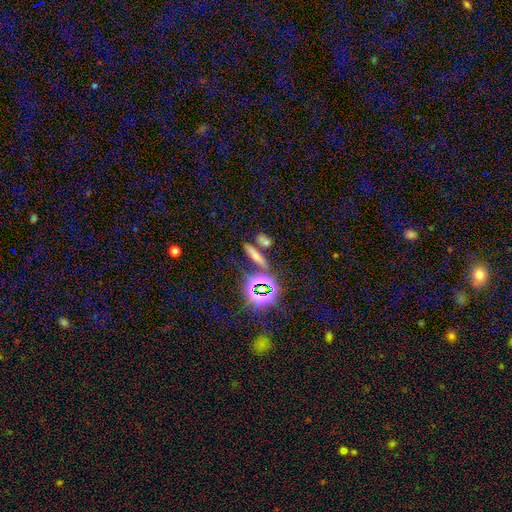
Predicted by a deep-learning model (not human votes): A smooth galaxy with no disk features (55%) that is cigar-shaped (68%).

Vote fractions:
- Smooth or featured? smooth: 55% / star or artifact: 29% / featured or disk: 16%
- How rounded? cigar-shaped: 68% / in between: 22% / round: 10%
- Merging? none: 68% / merger: 16% / minor disturbance: 11% / major disturbance: 5%